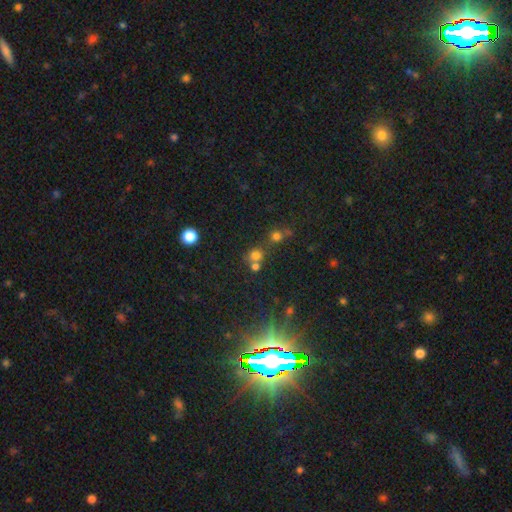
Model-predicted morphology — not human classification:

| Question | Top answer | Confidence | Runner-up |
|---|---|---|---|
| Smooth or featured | smooth | 66% | star or artifact (24%) |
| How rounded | round | 82% | in between (17%) |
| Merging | none | 54% | merger (33%) |